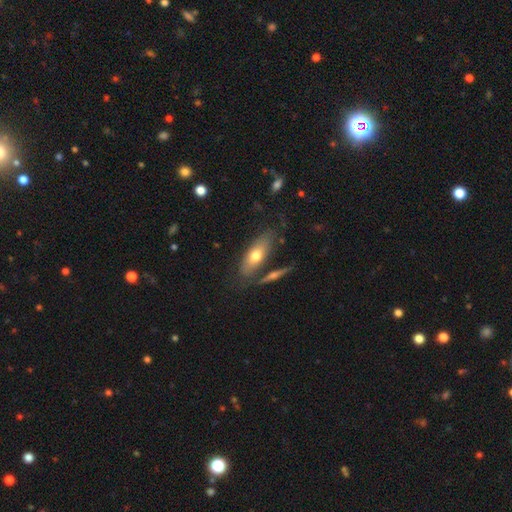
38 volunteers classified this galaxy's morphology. This appears to be a smooth galaxy with no disk features (55%) that is in between round and cigar-shaped (71%). Merging: none (50%).